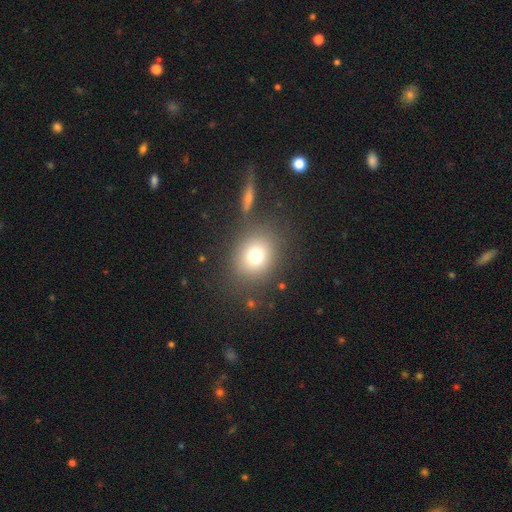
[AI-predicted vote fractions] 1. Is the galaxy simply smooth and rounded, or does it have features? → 75% smooth, 13% star or artifact, 12% featured or disk.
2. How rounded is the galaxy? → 67% round, 32% in between, 1% cigar-shaped.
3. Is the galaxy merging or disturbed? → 77% none, 10% minor disturbance, 7% merger, 6% major disturbance.